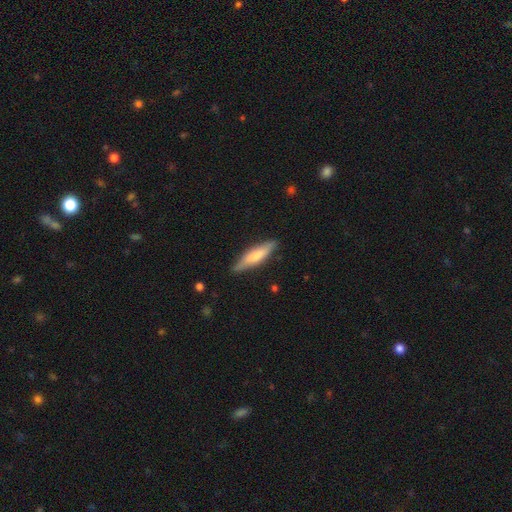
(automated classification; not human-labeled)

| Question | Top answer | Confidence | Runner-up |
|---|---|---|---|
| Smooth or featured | smooth | 63% | featured or disk (32%) |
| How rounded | cigar-shaped | 74% | in between (25%) |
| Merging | none | 84% | minor disturbance (13%) |